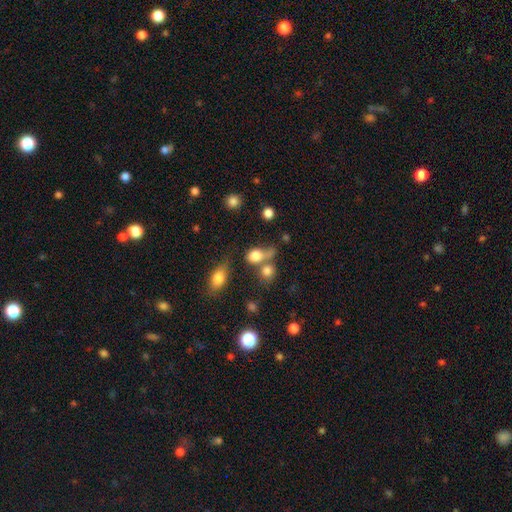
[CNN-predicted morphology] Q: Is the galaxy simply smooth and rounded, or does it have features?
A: smooth — 77%.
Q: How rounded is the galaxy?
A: in between — 55%.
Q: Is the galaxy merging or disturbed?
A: merger — 40%.